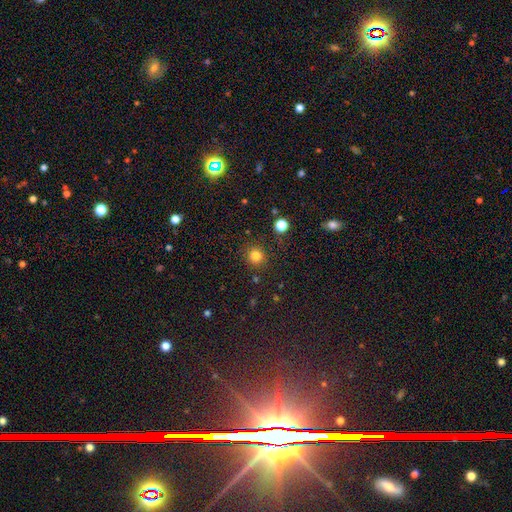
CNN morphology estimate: smooth 82%, star or artifact 14%, featured or disk 5%. Down the decision tree: how rounded — round (92%); merging — none (89%).